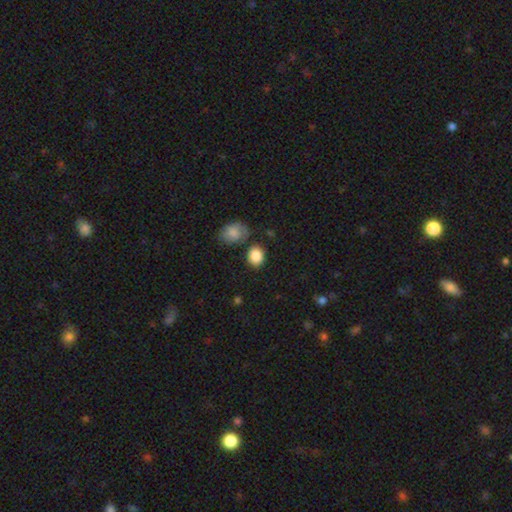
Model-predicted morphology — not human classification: This appears to be a smooth galaxy with no disk features (88%) that is in between round and cigar-shaped (54%). Merging: none (72%).